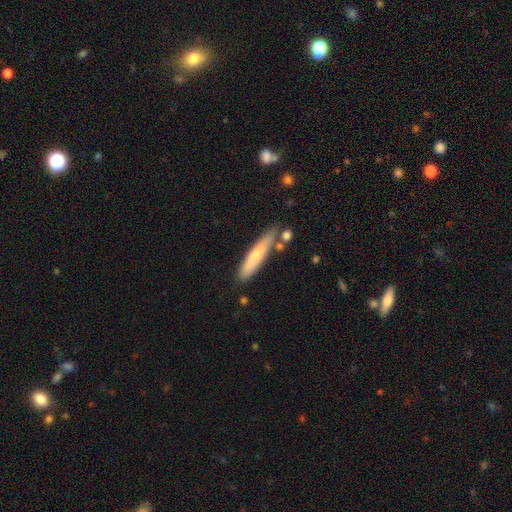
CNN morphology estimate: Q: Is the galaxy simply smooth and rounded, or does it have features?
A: smooth — 63%.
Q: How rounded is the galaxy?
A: cigar-shaped — 89%.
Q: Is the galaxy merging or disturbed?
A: none — 74%.